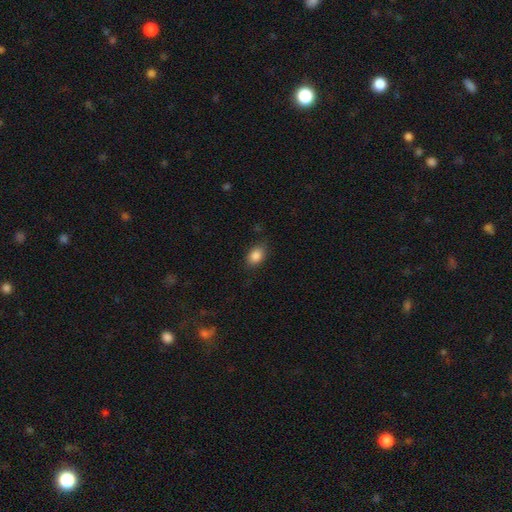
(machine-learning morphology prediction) Smooth or featured? Predicted: smooth (p=0.86). How rounded? Predicted: in between (p=0.78). Merging? Predicted: none (p=0.82).